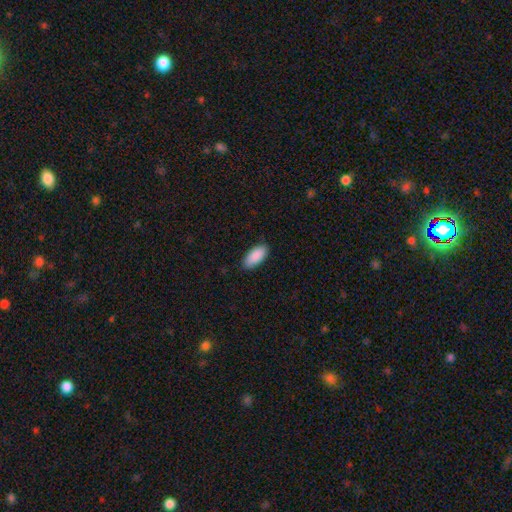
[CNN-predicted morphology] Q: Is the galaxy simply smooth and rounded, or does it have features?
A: smooth — 91%.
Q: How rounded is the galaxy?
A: in between — 90%.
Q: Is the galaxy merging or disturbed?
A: none — 87%.